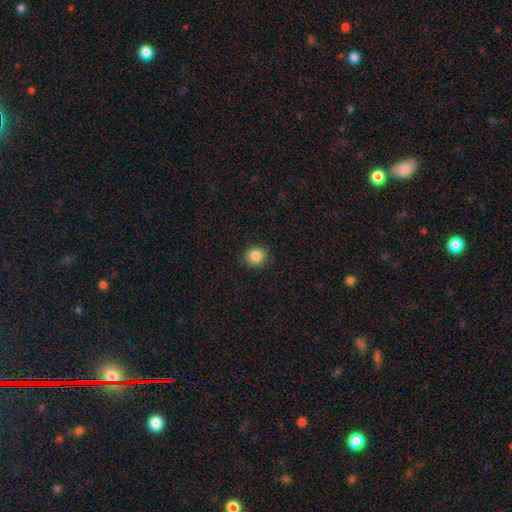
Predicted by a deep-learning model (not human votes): Q: Smooth or featured?
A: smooth (86%); runner-up: star or artifact (10%)
Q: How rounded?
A: round (89%); runner-up: in between (10%)
Q: Merging?
A: none (91%); runner-up: minor disturbance (6%)